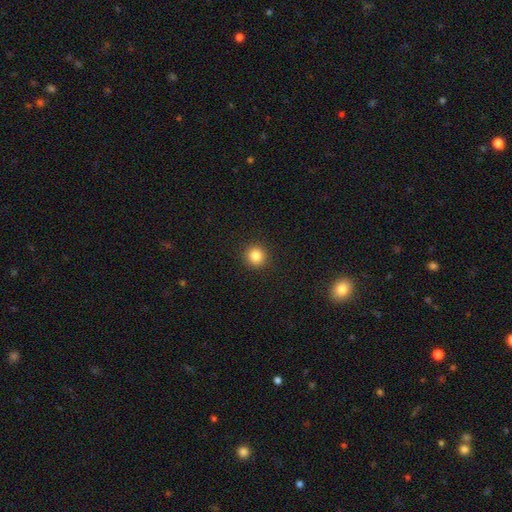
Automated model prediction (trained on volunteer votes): smooth-or-featured: smooth: 84% | star or artifact: 11% | featured or disk: 5%
  how-rounded: round: 94% | in between: 5% | cigar-shaped: 1%
  merging: none: 92% | minor disturbance: 5% | major disturbance: 2% | merger: 1%